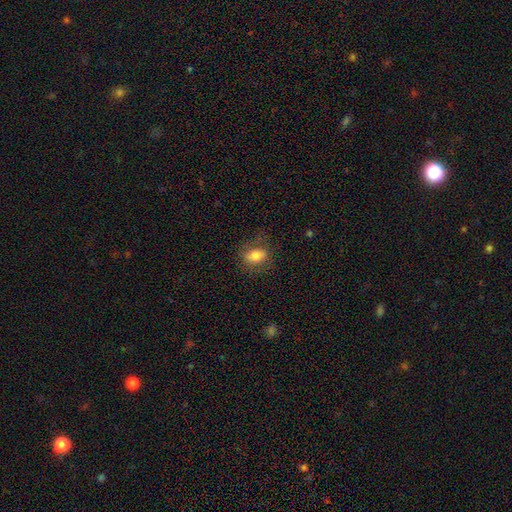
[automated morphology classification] Smooth or featured: smooth — 73% (featured or disk — 18%)
How rounded: in between — 77% (round — 20%)
Merging: none — 74% (minor disturbance — 17%)